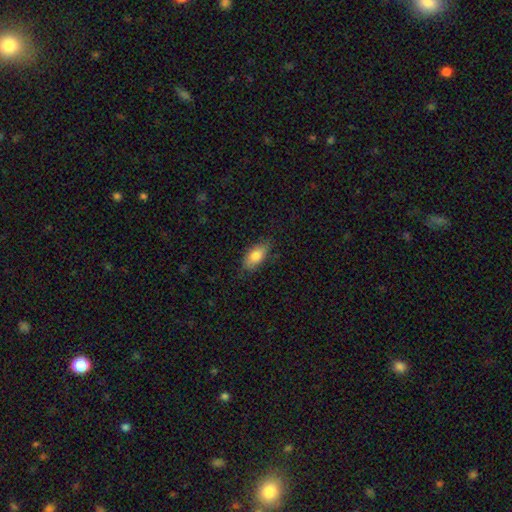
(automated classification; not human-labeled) Morphology: type=smooth (82%); roundness=in between (89%); merging=none (78%).